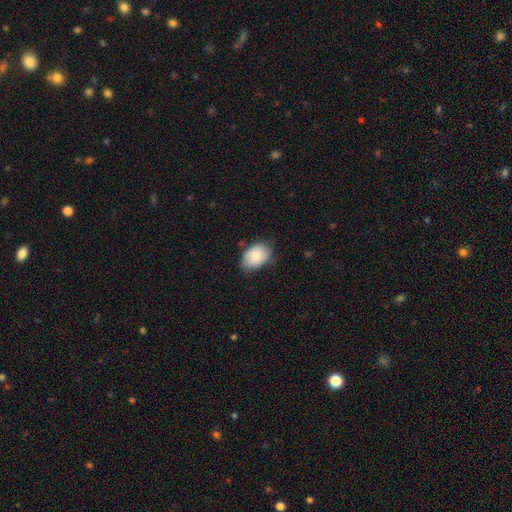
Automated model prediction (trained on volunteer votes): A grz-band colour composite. It shows a smooth galaxy with no disk features (81%) that is in between round and cigar-shaped (84%). Merging: none (69%).